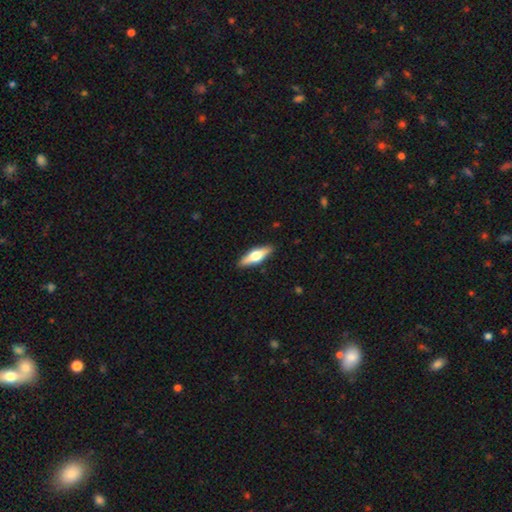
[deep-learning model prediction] smooth-or-featured: featured or disk: 53% | smooth: 41% | star or artifact: 6%
  disk-edge-on: yes: 93% | no: 7%
  merging: none: 90% | minor disturbance: 8% | major disturbance: 2% | merger: 1%